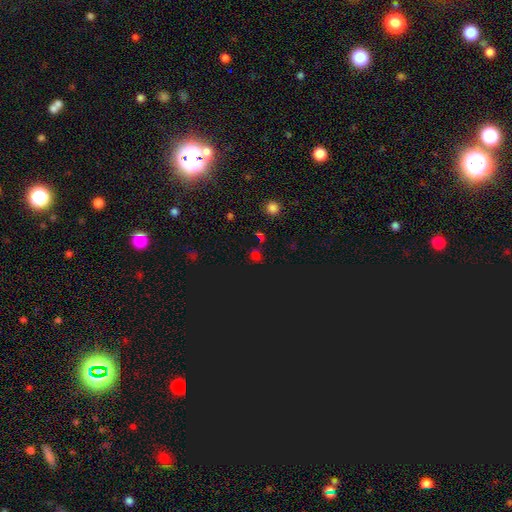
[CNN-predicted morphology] smooth-or-featured: star or artifact: 59% | smooth: 34% | featured or disk: 7%